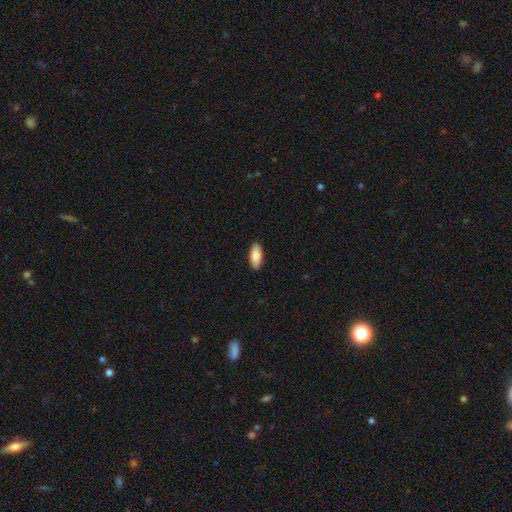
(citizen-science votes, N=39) Smooth or featured: smooth — 82% (star or artifact — 10%)
How rounded: in between — 59% (cigar-shaped — 41%)
Merging: none — 91% (minor disturbance — 6%)